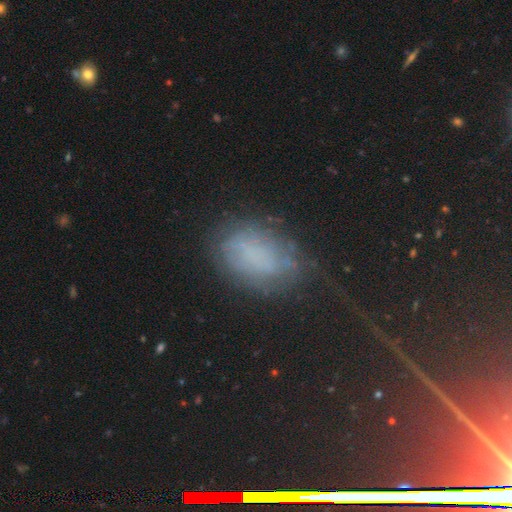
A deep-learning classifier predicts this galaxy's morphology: smooth-or-featured: smooth: 45% | featured or disk: 28% | star or artifact: 26%
  merging: none: 59% | minor disturbance: 22% | major disturbance: 16% | merger: 3%